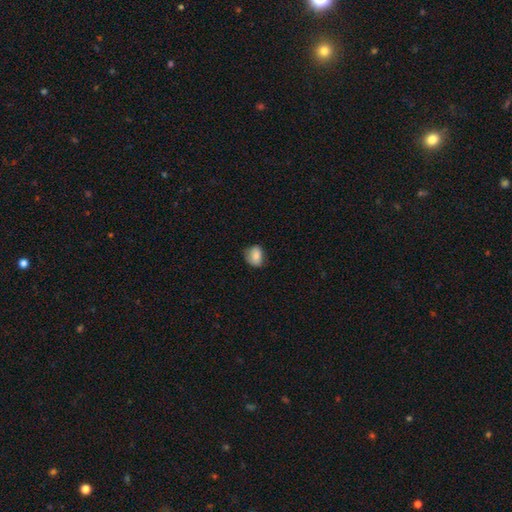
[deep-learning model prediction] Q: Smooth or featured?
A: smooth (81%); runner-up: featured or disk (11%)
Q: How rounded?
A: round (51%); runner-up: in between (48%)
Q: Merging?
A: none (64%); runner-up: minor disturbance (28%)